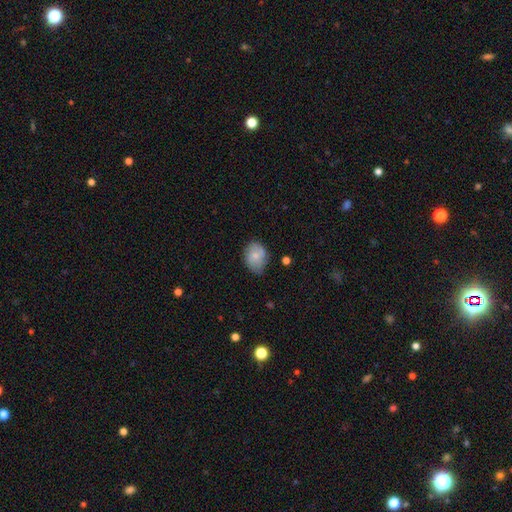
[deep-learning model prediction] Smooth or featured? smooth (71%)
How rounded? in between (60%)
Merging? none (58%)